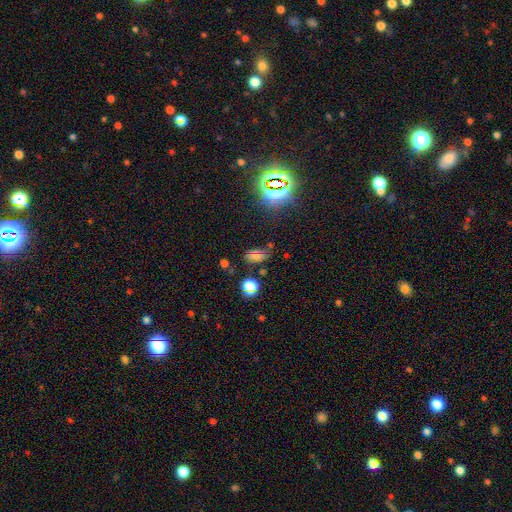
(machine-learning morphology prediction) Q: Smooth or featured?
A: smooth (57%); runner-up: star or artifact (29%)
Q: How rounded?
A: in between (82%); runner-up: round (10%)
Q: Merging?
A: none (68%); runner-up: minor disturbance (20%)